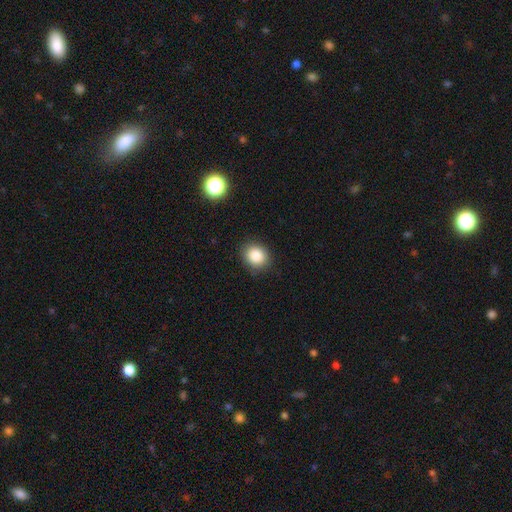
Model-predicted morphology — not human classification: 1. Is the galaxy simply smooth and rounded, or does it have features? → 85% smooth, 10% star or artifact, 5% featured or disk.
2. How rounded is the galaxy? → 68% round, 31% in between, 1% cigar-shaped.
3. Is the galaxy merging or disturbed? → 87% none, 9% minor disturbance, 2% major disturbance, 1% merger.